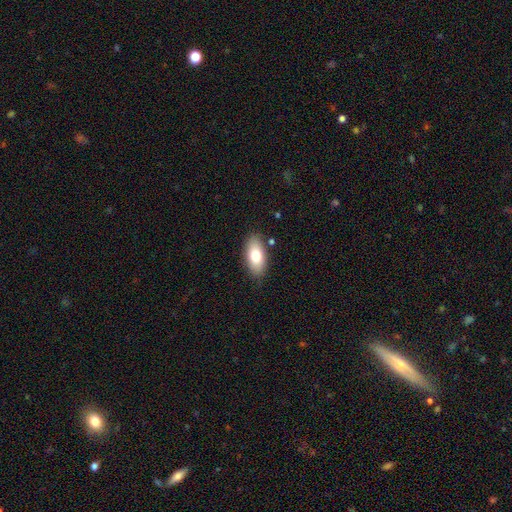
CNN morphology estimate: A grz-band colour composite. It shows a smooth galaxy with no disk features (76%) that is in between round and cigar-shaped (91%). Merging: none (83%).